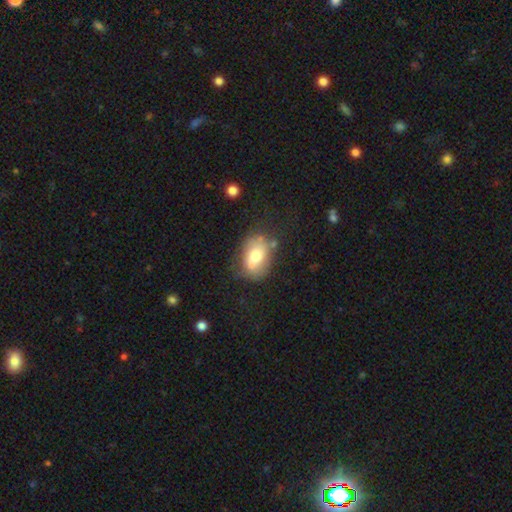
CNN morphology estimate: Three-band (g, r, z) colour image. It shows a smooth galaxy with no disk features (66%) that is in between round and cigar-shaped (76%). Merging: none (51%).